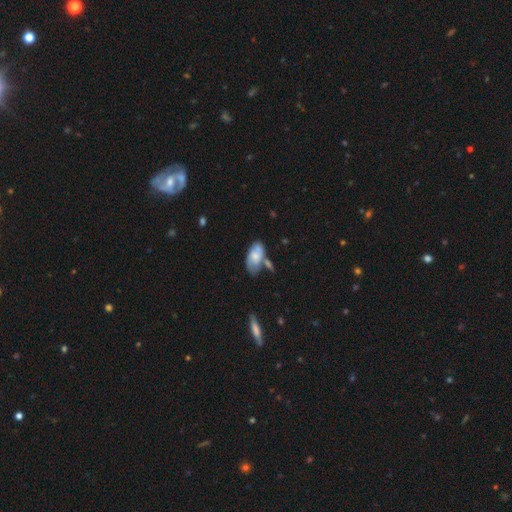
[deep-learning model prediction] The model was most divided on "merging": none: 45%, minor disturbance: 24%, merger: 23%, major disturbance: 8%. More confident: how rounded — in between (93%); smooth or featured — smooth (62%).